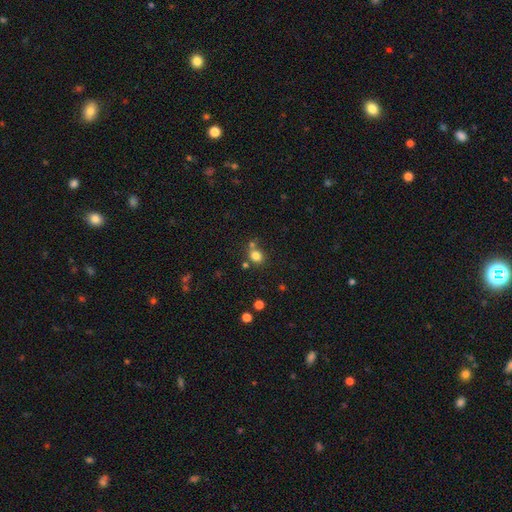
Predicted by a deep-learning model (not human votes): Smooth or featured: smooth — 80% (star or artifact — 14%)
How rounded: round — 65% (in between — 34%)
Merging: none — 62% (merger — 22%)